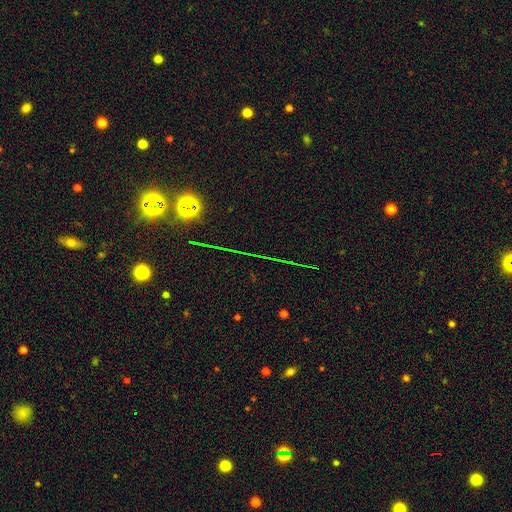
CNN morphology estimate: smooth_or_featured: star or artifact (p=0.76) [alt: smooth p=0.13]